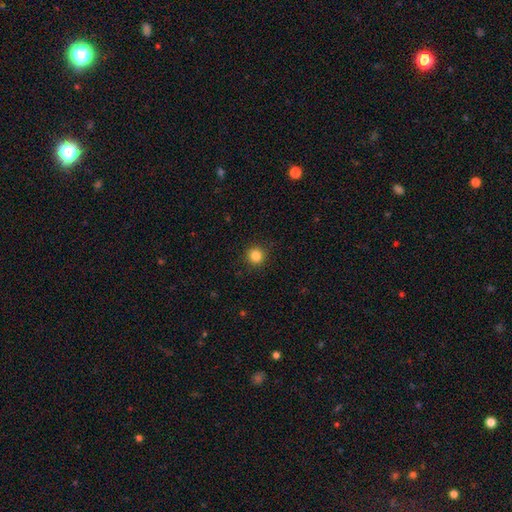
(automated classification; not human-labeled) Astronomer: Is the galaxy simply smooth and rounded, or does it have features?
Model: smooth — 84%.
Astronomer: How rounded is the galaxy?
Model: round — 95%.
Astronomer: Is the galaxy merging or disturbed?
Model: none — 91%.